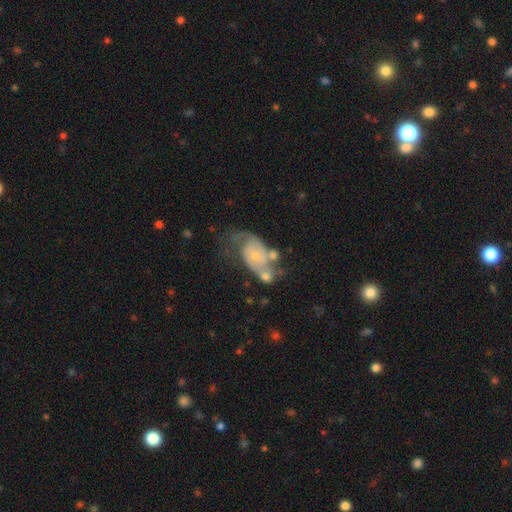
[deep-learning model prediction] featured or disk 75%, smooth 19%, star or artifact 7%. Down the decision tree: edge-on disk — no (97%); bar — no (70%); spiral arms — yes (87%); spiral arm count — 2 (75%); spiral winding — medium (43%); bulge size — small (65%); merging — none (33%).